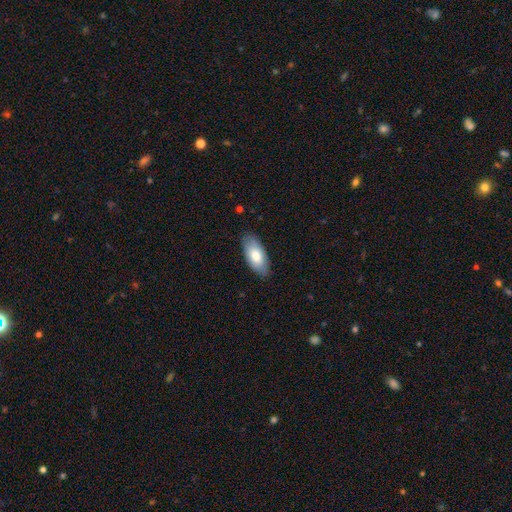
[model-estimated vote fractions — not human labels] Smooth or featured: smooth — 77% (featured or disk — 17%)
How rounded: in between — 90% (cigar-shaped — 8%)
Merging: none — 84% (minor disturbance — 13%)